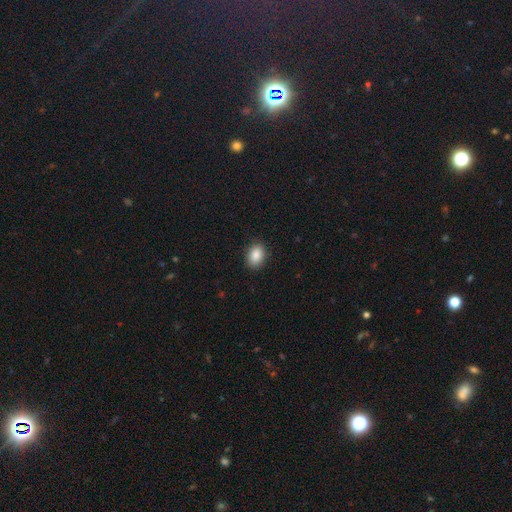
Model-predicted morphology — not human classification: This is clearly a smooth galaxy (88%). How rounded: likely in between (76%). Merging: clearly none (89%).